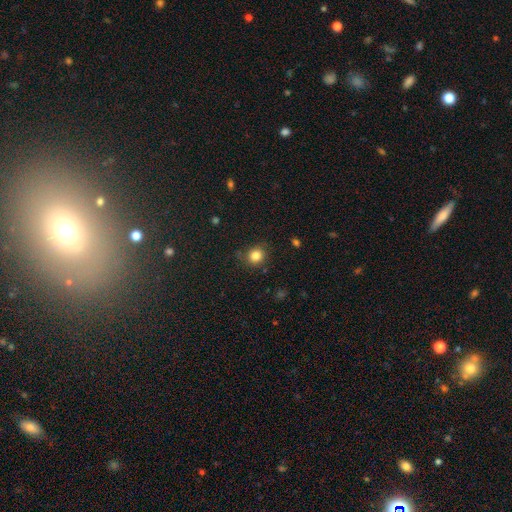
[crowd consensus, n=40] smooth 88%, featured or disk 8%, star or artifact 5%. Down the decision tree: how rounded — round (91%); merging — none (82%).